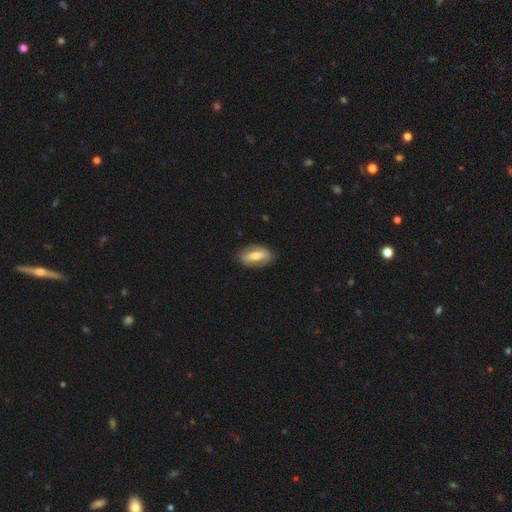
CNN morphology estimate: Smooth or featured: featured or disk — 50% (smooth — 43%)
Edge-on disk: no — 73% (yes — 27%)
Merging: none — 82% (minor disturbance — 13%)